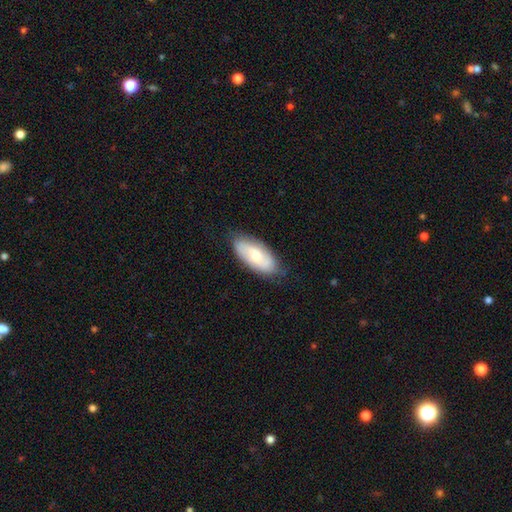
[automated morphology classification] Smooth or featured? Predicted: smooth (p=0.54). How rounded? Predicted: in between (p=0.86). Merging? Predicted: none (p=0.80).